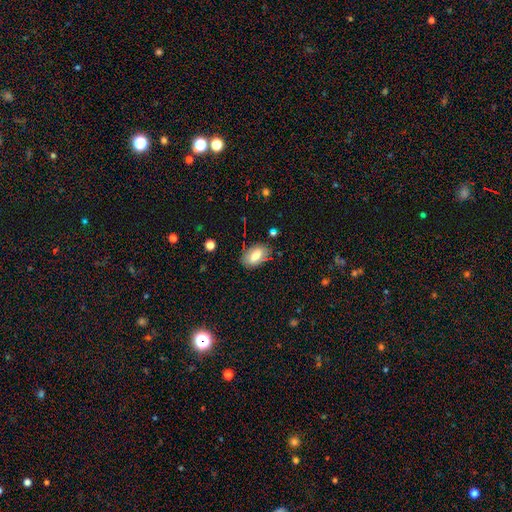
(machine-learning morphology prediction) smooth-or-featured: smooth: 73% | featured or disk: 18% | star or artifact: 8%
  how-rounded: in between: 92% | round: 6% | cigar-shaped: 3%
  merging: none: 79% | minor disturbance: 16% | major disturbance: 4% | merger: 2%